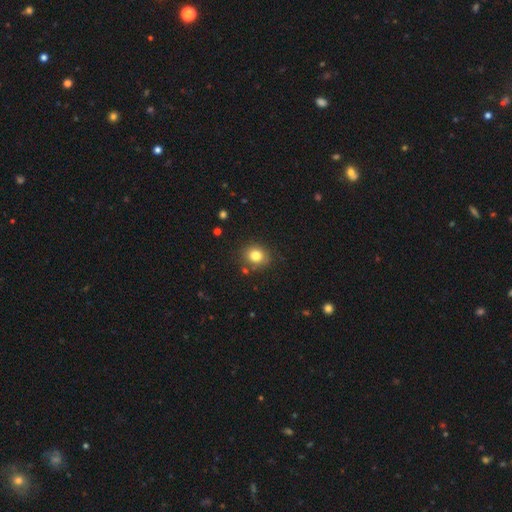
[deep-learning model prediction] Smooth or featured: smooth — 80% (star or artifact — 12%)
How rounded: round — 73% (in between — 26%)
Merging: none — 83% (minor disturbance — 11%)